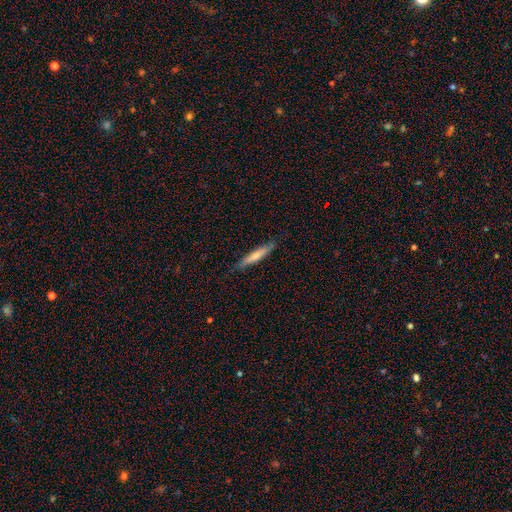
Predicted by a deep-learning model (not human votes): Smooth or featured?
  - smooth: 67% *
  - featured or disk: 27%
  - star or artifact: 6%
How rounded?
  - cigar-shaped: 91% *
  - in between: 7%
  - round: 1%
Merging?
  - none: 84% *
  - minor disturbance: 13%
  - major disturbance: 2%
  - merger: 1%